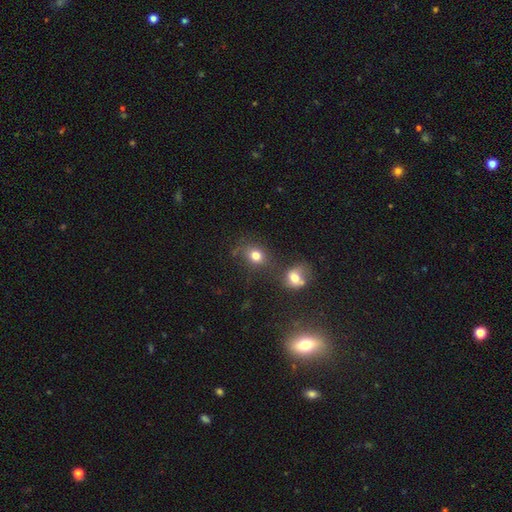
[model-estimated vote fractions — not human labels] smooth-or-featured: smooth: 77% | star or artifact: 14% | featured or disk: 9%
  how-rounded: round: 62% | in between: 36% | cigar-shaped: 1%
  merging: none: 55% | merger: 24% | minor disturbance: 14% | major disturbance: 8%